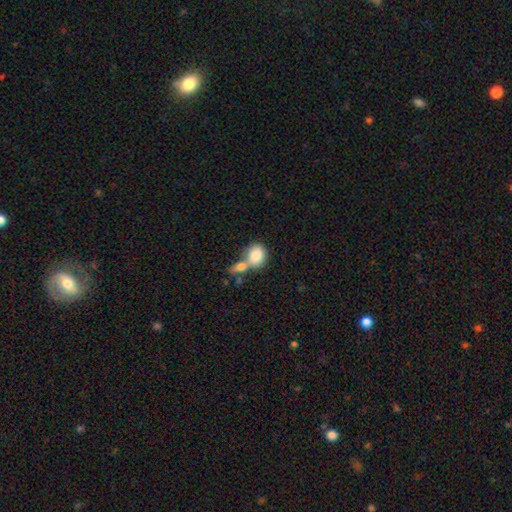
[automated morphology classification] This appears to be a smooth galaxy with no disk features (83%) that is round (55%). Merging: merger (55%).